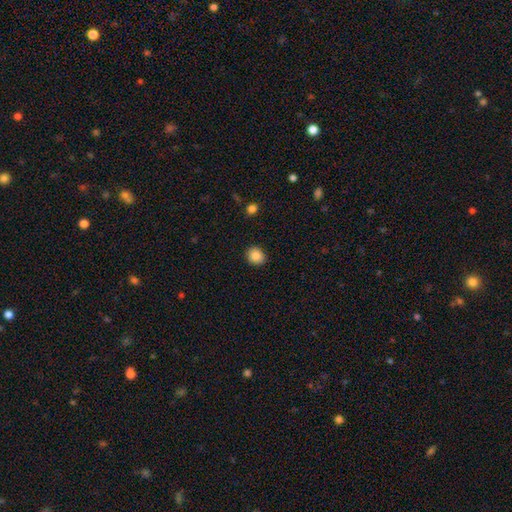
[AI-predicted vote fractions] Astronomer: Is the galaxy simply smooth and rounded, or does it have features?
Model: smooth — 85%.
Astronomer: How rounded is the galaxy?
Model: round — 78%.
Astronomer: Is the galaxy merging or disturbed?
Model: none — 90%.